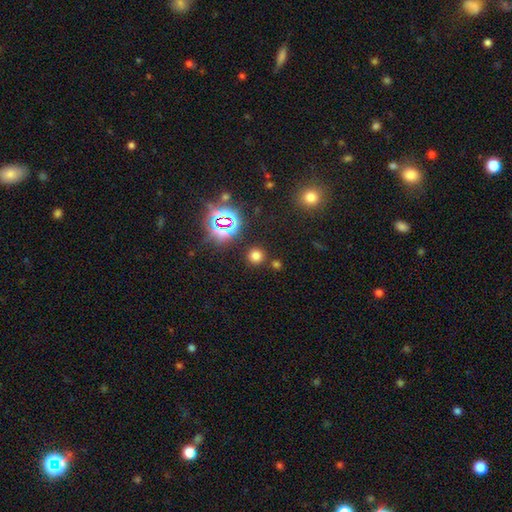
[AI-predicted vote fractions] Q: Smooth or featured?
A: smooth (66%); runner-up: star or artifact (28%)
Q: How rounded?
A: round (92%); runner-up: in between (7%)
Q: Merging?
A: none (84%); runner-up: minor disturbance (7%)